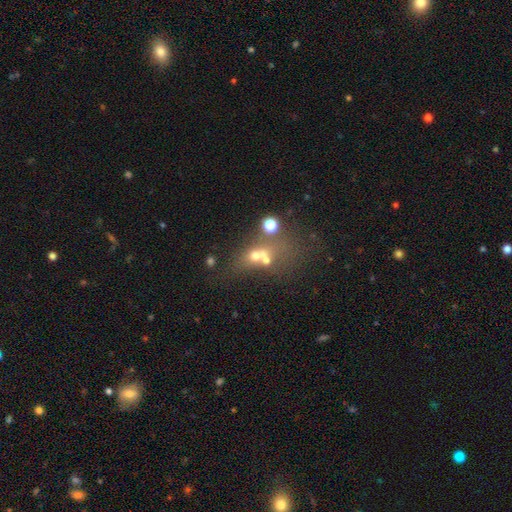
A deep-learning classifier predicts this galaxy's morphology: Smooth or featured? smooth (44%)
Merging? merger (47%)